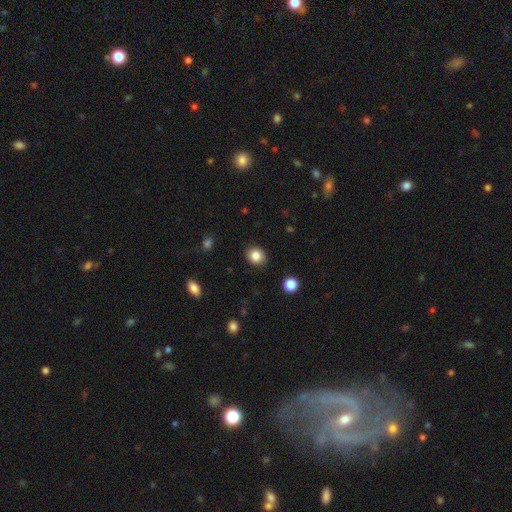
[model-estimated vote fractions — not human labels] Smooth or featured: smooth — 85% (star or artifact — 10%)
How rounded: round — 72% (in between — 27%)
Merging: none — 90% (minor disturbance — 7%)